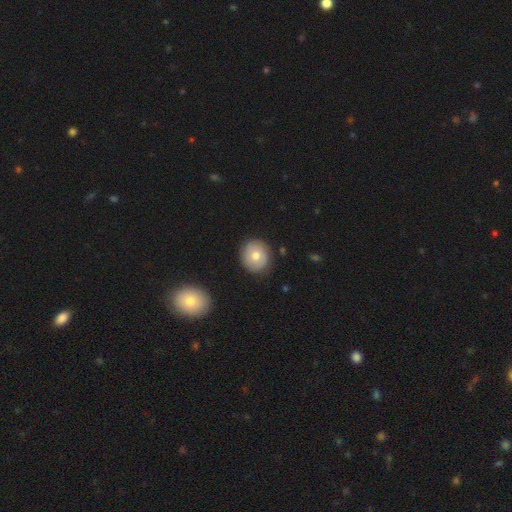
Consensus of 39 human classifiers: Smooth or featured? smooth (77%)
How rounded? round (90%)
Merging? none (84%)